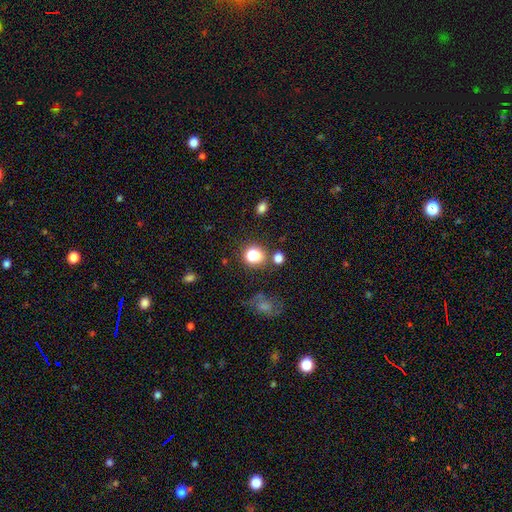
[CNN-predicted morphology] smooth-or-featured: smooth: 80% | star or artifact: 13% | featured or disk: 7%
  how-rounded: round: 69% | in between: 30% | cigar-shaped: 1%
  merging: none: 68% | minor disturbance: 14% | merger: 13% | major disturbance: 5%